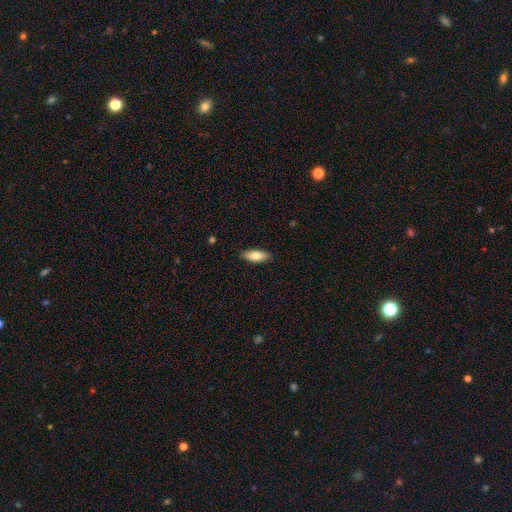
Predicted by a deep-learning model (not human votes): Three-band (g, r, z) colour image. It shows a smooth galaxy with no disk features (81%) that is in between round and cigar-shaped (77%). Merging: none (89%).